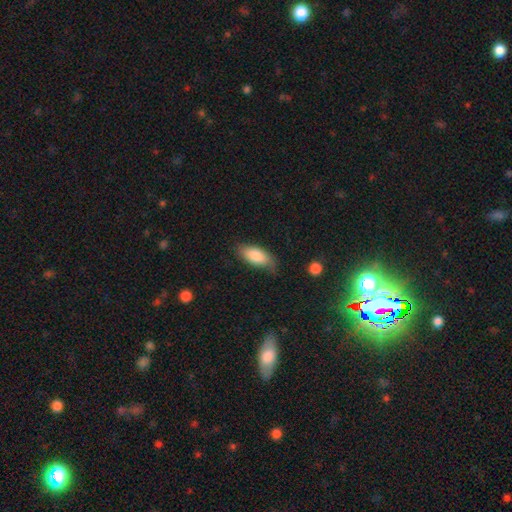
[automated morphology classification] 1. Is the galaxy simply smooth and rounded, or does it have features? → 83% smooth, 10% featured or disk, 6% star or artifact.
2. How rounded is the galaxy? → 86% in between, 11% cigar-shaped, 2% round.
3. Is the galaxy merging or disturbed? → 68% none, 25% minor disturbance, 5% major disturbance, 2% merger.